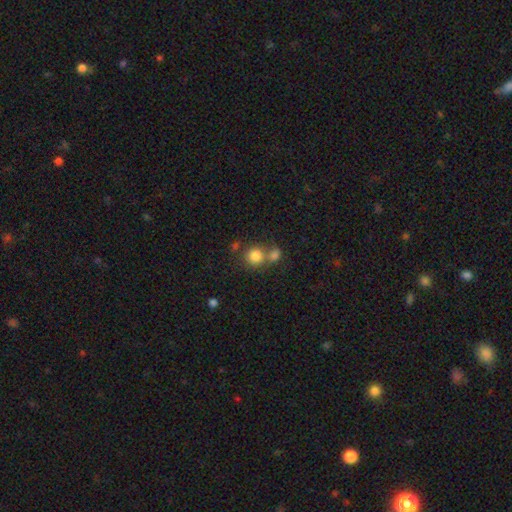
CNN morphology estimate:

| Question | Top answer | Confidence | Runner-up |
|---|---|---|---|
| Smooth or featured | smooth | 81% | star or artifact (11%) |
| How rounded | round | 84% | in between (15%) |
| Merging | none | 46% | merger (41%) |